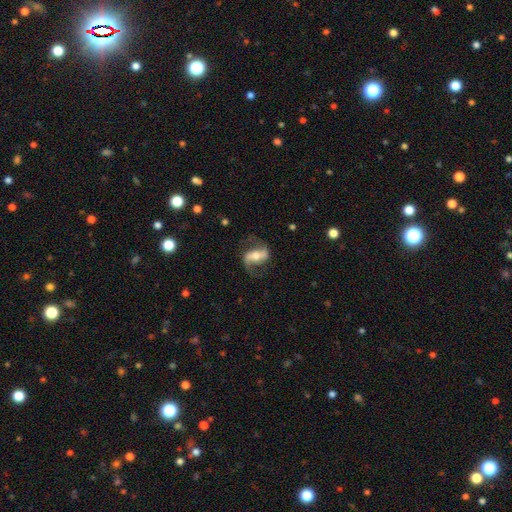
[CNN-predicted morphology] Smooth or featured? featured or disk (82%)
Edge-on disk? no (94%)
Bar? strong (55%)
Spiral arms? yes (93%)
Spiral winding? loose (50%)
Spiral arm count? 2 (90%)
Bulge size? moderate (56%)
Merging? none (73%)